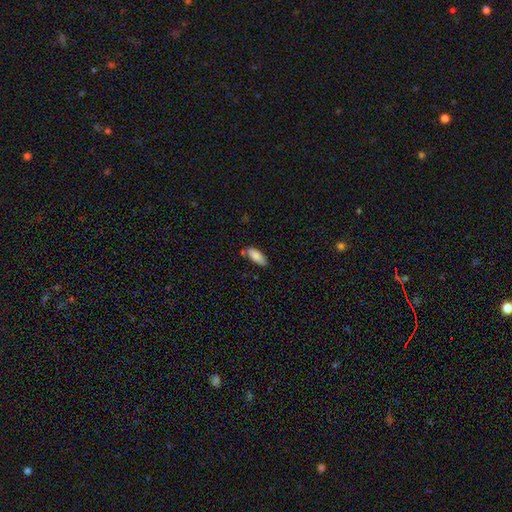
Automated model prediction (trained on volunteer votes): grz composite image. It shows a smooth galaxy with no disk features (85%) that is in between round and cigar-shaped (81%). Merging: none (74%).